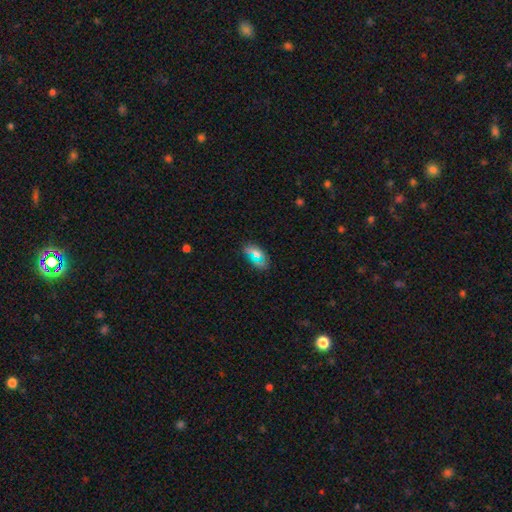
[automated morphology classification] Smooth or featured: smooth — 55% (star or artifact — 24%)
How rounded: in between — 86% (round — 9%)
Merging: none — 78% (minor disturbance — 14%)